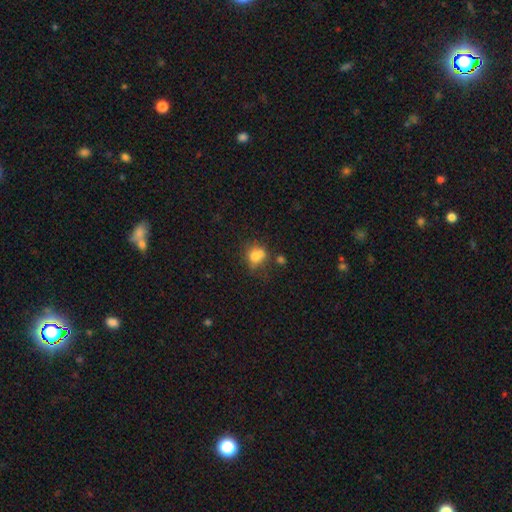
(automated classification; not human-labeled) smooth 72%, featured or disk 15%, star or artifact 12%. Down the decision tree: how rounded — round (66%); merging — none (40%).